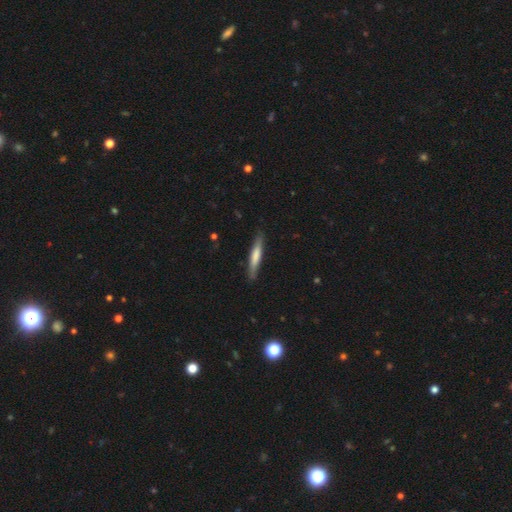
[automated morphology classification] smooth_or_featured: smooth (p=0.62) [alt: featured or disk p=0.33]
how_rounded: cigar-shaped (p=0.93) [alt: in between p=0.06]
merging: none (p=0.85) [alt: minor disturbance p=0.12]